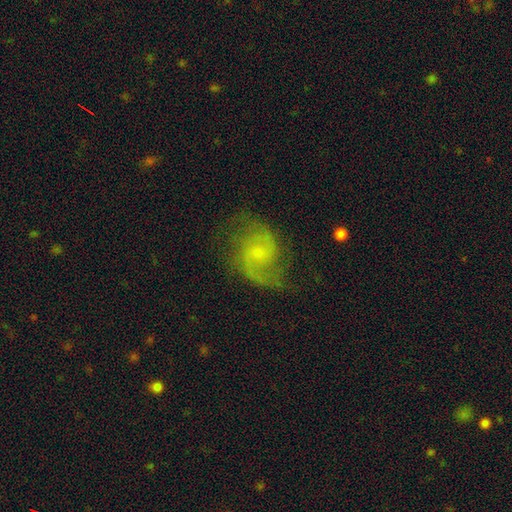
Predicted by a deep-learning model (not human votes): A featured or disk galaxy (79%) with no bar (57%), 2 (86%) medium (48%) spiral arms (96%) and a small central bulge (62%).

Vote fractions:
- Smooth or featured? featured or disk: 79% / smooth: 11% / star or artifact: 10%
- Edge-on disk? no: 98% / yes: 2%
- Bar? no: 57% / weak: 38% / strong: 6%
- Spiral arms? yes: 96% / no: 4%
- Spiral winding? medium: 48% / loose: 37% / tight: 15%
- Spiral arm count? 2: 86% / can't tell: 5% / 1: 4% / 3: 2% / 4: 1% / more than 4: 1%
- Bulge size? small: 62% / moderate: 23% / none: 12% / large: 2% / dominant: 1%
- Merging? none: 72% / minor disturbance: 17% / major disturbance: 9% / merger: 1%